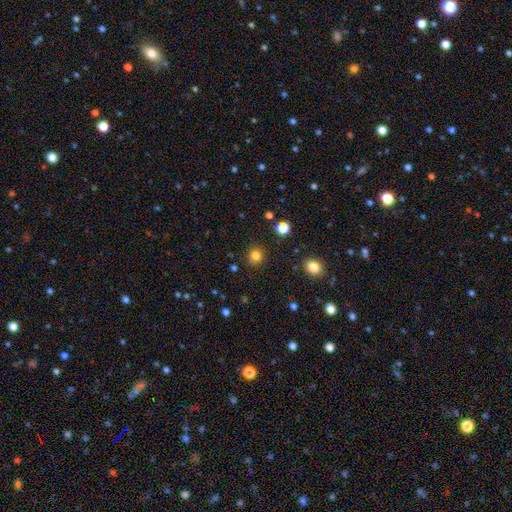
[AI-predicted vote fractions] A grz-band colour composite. It shows a smooth galaxy with no disk features (80%) that is round (87%). Merging: none (87%).